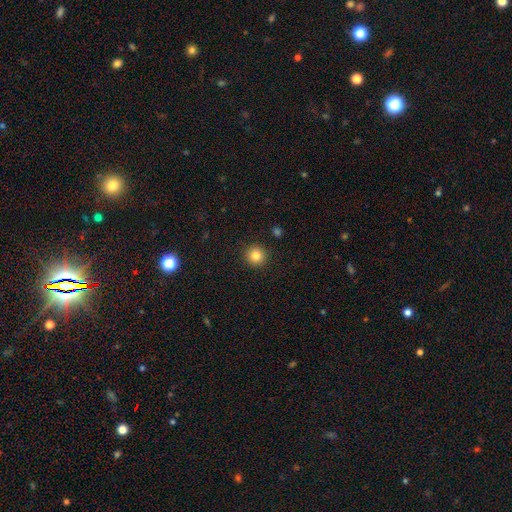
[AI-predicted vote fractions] smooth 84%, star or artifact 11%, featured or disk 5%. Down the decision tree: how rounded — round (94%); merging — none (92%).